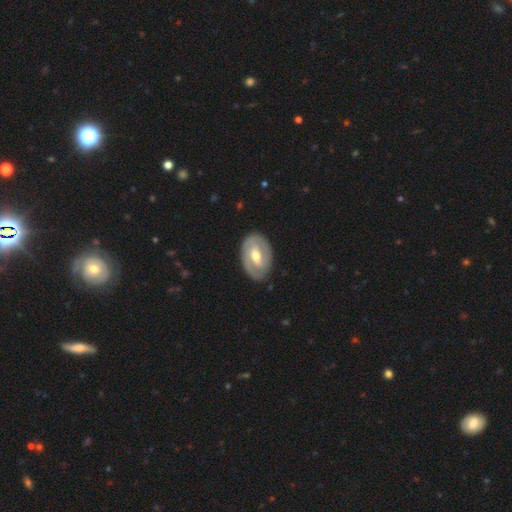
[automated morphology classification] A featured or disk galaxy (70%) with a weak bar (45%), spiral arms (67%) and a moderate central bulge (70%).

Vote fractions:
- Smooth or featured? featured or disk: 70% / smooth: 26% / star or artifact: 5%
- Edge-on disk? no: 95% / yes: 5%
- Bar? weak: 45% / no: 28% / strong: 26%
- Spiral arms? yes: 67% / no: 33%
- Bulge size? moderate: 70% / small: 23% / large: 5% / none: 1% / dominant: 1%
- Merging? none: 82% / minor disturbance: 13% / major disturbance: 4% / merger: 1%